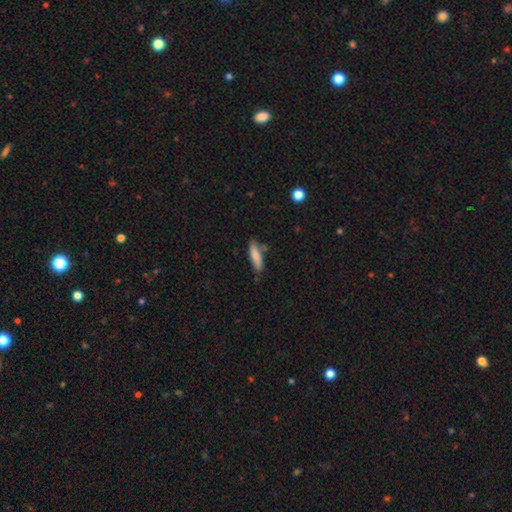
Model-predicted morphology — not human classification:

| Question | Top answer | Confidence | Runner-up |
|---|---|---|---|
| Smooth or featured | smooth | 75% | featured or disk (19%) |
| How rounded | cigar-shaped | 65% | in between (34%) |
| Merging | none | 68% | minor disturbance (21%) |